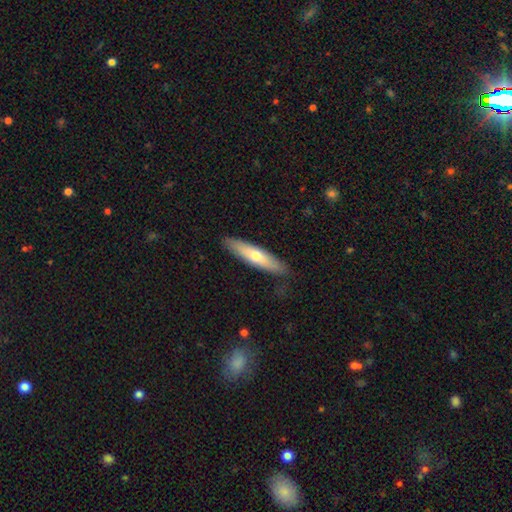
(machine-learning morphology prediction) Q: Smooth or featured?
A: smooth (57%); runner-up: featured or disk (38%)
Q: How rounded?
A: cigar-shaped (75%); runner-up: in between (23%)
Q: Merging?
A: none (85%); runner-up: minor disturbance (11%)